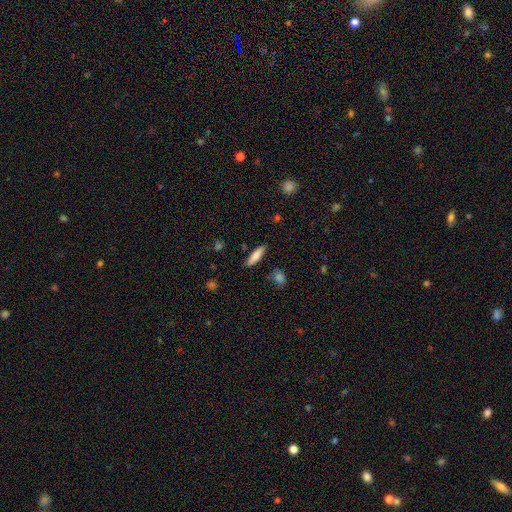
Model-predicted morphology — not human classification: smooth-or-featured: smooth: 77% | featured or disk: 16% | star or artifact: 7%
  how-rounded: cigar-shaped: 67% | in between: 31% | round: 2%
  merging: none: 84% | minor disturbance: 11% | major disturbance: 2% | merger: 2%